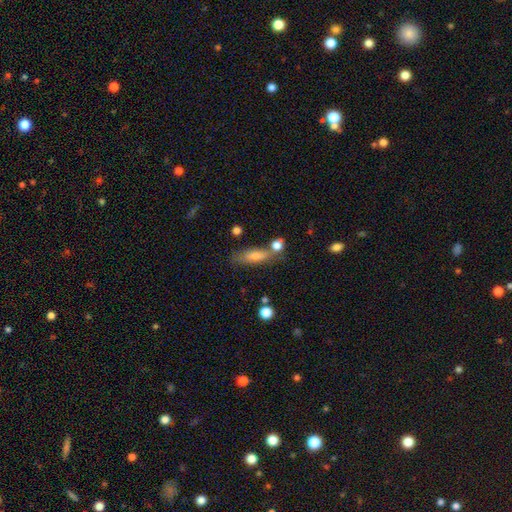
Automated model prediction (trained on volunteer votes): Smooth or featured?
  - smooth: 72% *
  - featured or disk: 19%
  - star or artifact: 10%
How rounded?
  - cigar-shaped: 51% *
  - in between: 45%
  - round: 4%
Merging?
  - none: 59% *
  - merger: 17%
  - minor disturbance: 17%
  - major disturbance: 7%